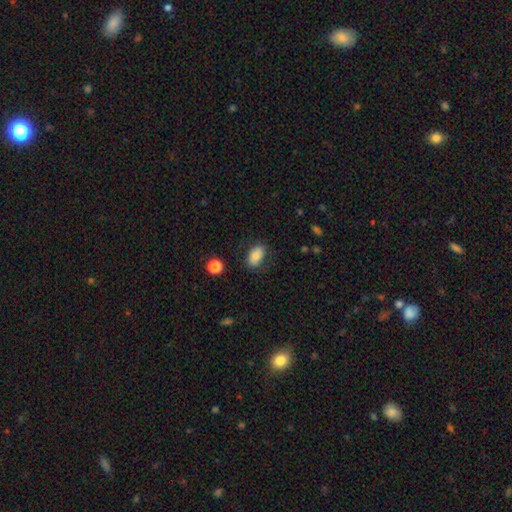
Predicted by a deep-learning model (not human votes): smooth_or_featured: smooth (p=0.79) [alt: featured or disk p=0.12]
how_rounded: in between (p=0.89) [alt: round p=0.09]
merging: none (p=0.78) [alt: minor disturbance p=0.15]